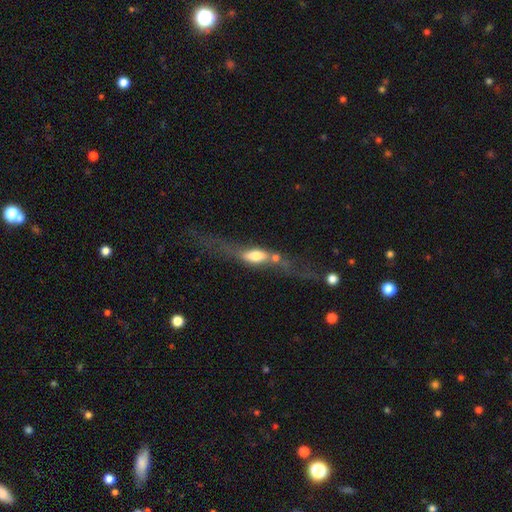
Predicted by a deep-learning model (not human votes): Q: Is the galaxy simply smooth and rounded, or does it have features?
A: featured or disk — 56%.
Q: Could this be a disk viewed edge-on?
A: yes — 64%.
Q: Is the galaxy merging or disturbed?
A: none — 36%.